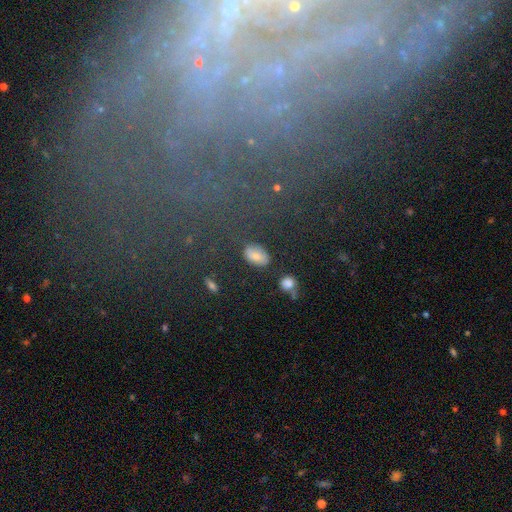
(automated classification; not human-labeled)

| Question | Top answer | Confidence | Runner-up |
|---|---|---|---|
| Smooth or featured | smooth | 73% | featured or disk (14%) |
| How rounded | in between | 88% | round (9%) |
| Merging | none | 75% | minor disturbance (16%) |